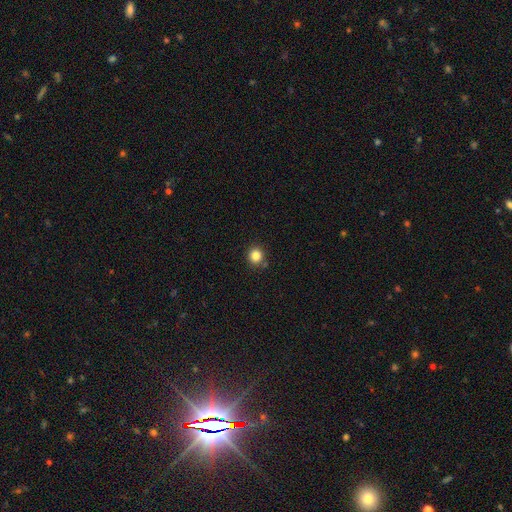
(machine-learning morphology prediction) smooth 84%, star or artifact 12%, featured or disk 4%. Down the decision tree: how rounded — round (90%); merging — none (85%).